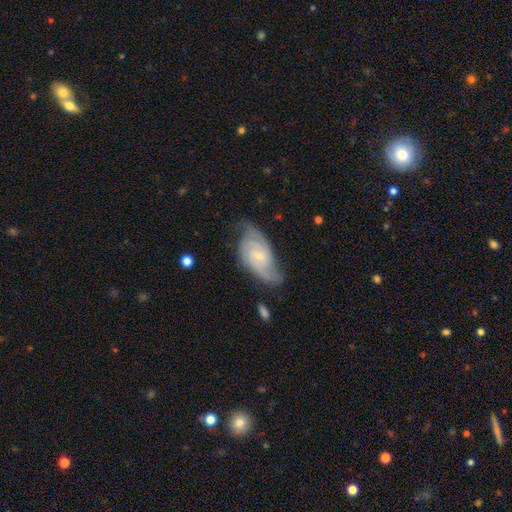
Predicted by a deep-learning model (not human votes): Overall: featured or disk (75%). Edge-on disk: no (94%). Bar: no (70%). Spiral arms: yes (93%). Spiral arm count: 2 (57%; can't tell 18%). Spiral winding: medium (42%; tight 40%). Bulge size: small (65%; moderate 28%). Merging: none (67%).